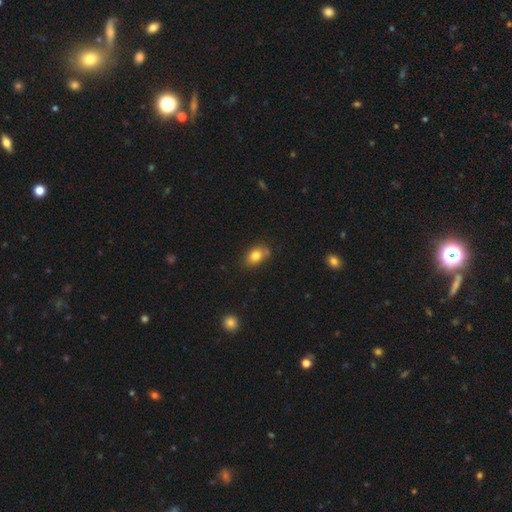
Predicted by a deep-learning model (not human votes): Smooth or featured? Predicted: smooth (p=0.81). How rounded? Predicted: in between (p=0.72). Merging? Predicted: none (p=0.69).